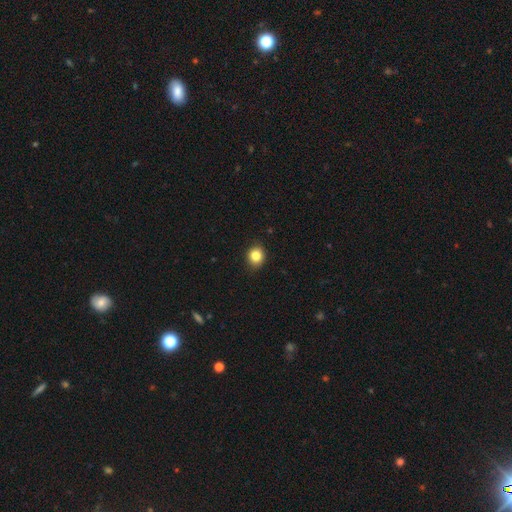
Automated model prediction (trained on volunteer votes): smooth_or_featured: smooth (p=0.84) [alt: star or artifact p=0.10]
how_rounded: round (p=0.67) [alt: in between p=0.32]
merging: none (p=0.87) [alt: minor disturbance p=0.10]